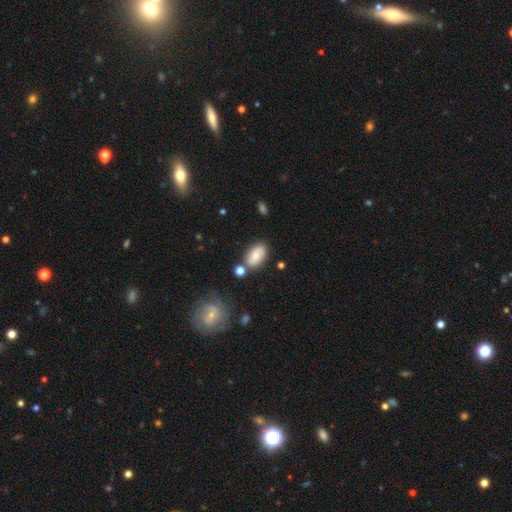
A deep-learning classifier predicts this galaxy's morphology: Q: Smooth or featured?
A: smooth (65%); runner-up: featured or disk (27%)
Q: How rounded?
A: in between (90%); runner-up: round (8%)
Q: Merging?
A: none (72%); runner-up: minor disturbance (15%)